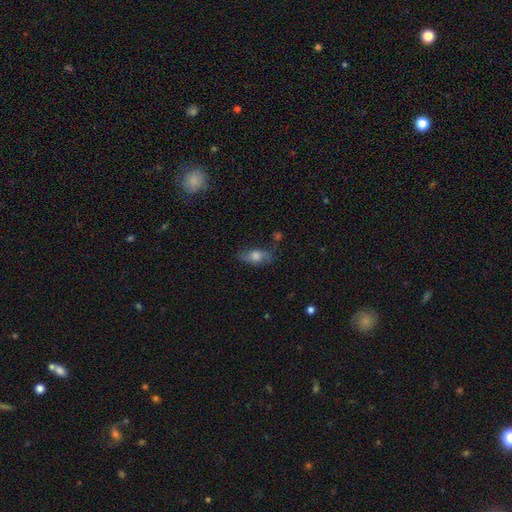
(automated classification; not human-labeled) A smooth galaxy with no disk features (56%) that is in between round and cigar-shaped (76%).

Vote fractions:
- Smooth or featured? smooth: 56% / featured or disk: 35% / star or artifact: 9%
- How rounded? in between: 76% / cigar-shaped: 17% / round: 7%
- Merging? none: 72% / minor disturbance: 20% / major disturbance: 6% / merger: 2%